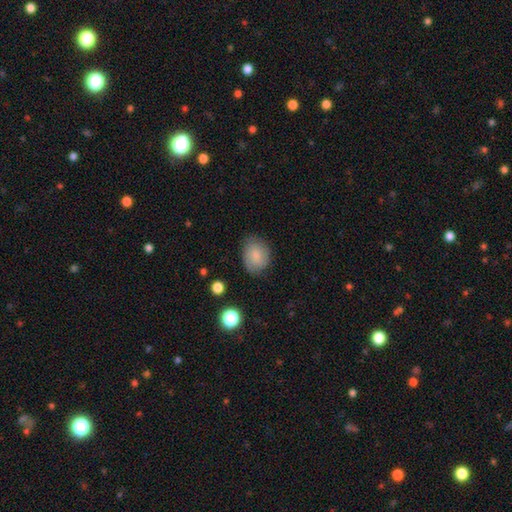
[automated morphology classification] A smooth galaxy with no disk features (80%) that is in between round and cigar-shaped (54%).

Vote fractions:
- Smooth or featured? smooth: 80% / featured or disk: 12% / star or artifact: 8%
- How rounded? in between: 54% / round: 45% / cigar-shaped: 1%
- Merging? none: 75% / minor disturbance: 19% / major disturbance: 5% / merger: 1%